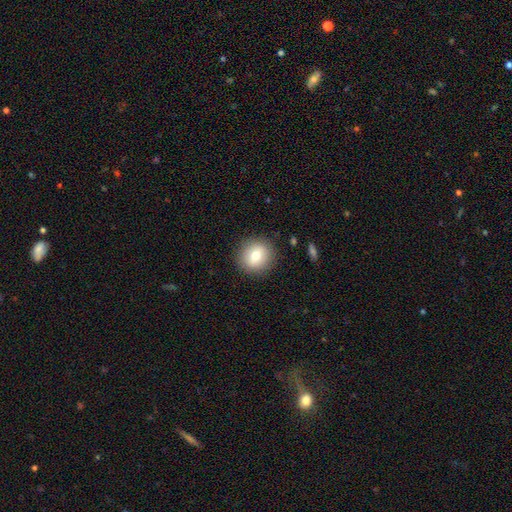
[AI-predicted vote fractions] Smooth or featured? Predicted: smooth (p=0.76). How rounded? Predicted: round (p=0.88). Merging? Predicted: none (p=0.89).